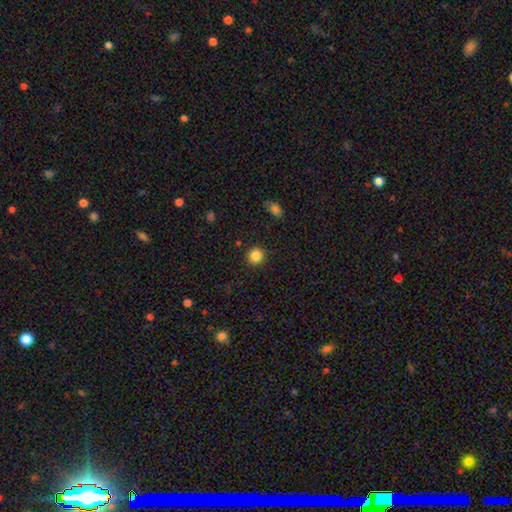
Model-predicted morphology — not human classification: Smooth or featured: smooth — 85% (star or artifact — 11%)
How rounded: round — 92% (in between — 7%)
Merging: none — 91% (minor disturbance — 6%)